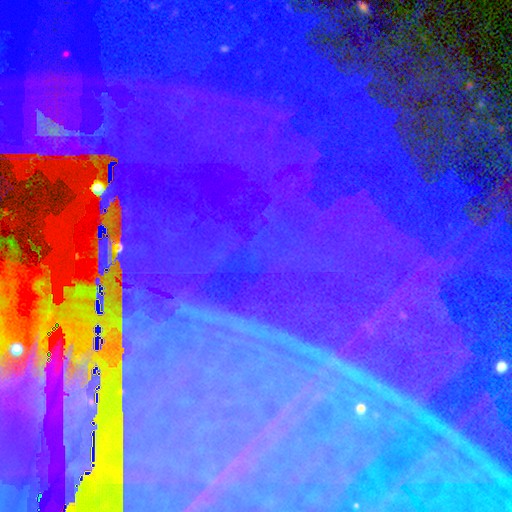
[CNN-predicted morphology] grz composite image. It shows a star or artifact, not a galaxy (85%).